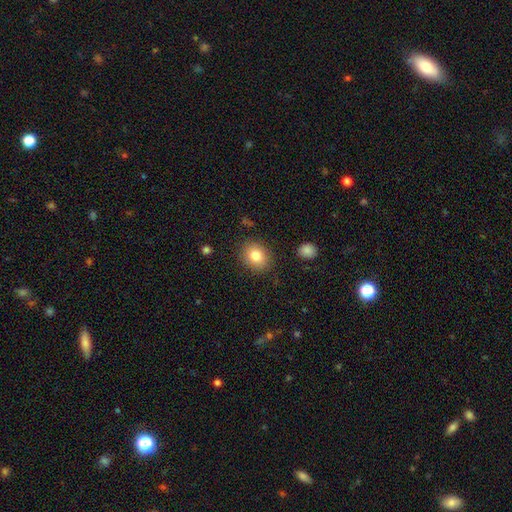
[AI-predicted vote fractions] Morphology: type=smooth (82%); roundness=round (59%); merging=none (86%).